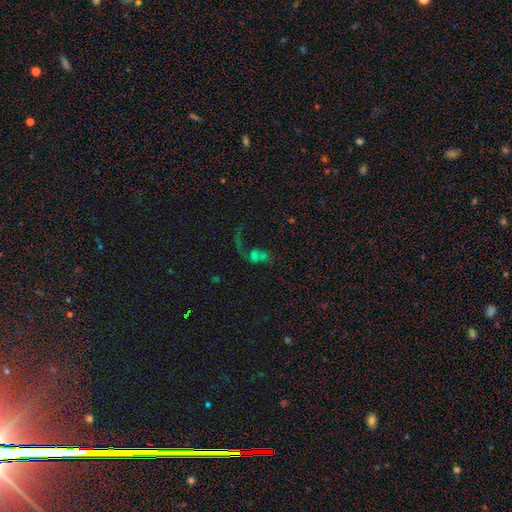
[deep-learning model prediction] A featured or disk galaxy (39%). Merging: merger (40%).